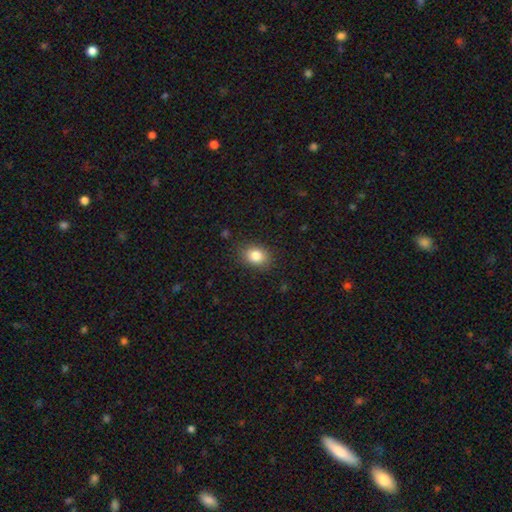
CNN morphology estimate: Smooth or featured? Predicted: smooth (p=0.84). How rounded? Predicted: in between (p=0.61). Merging? Predicted: none (p=0.86).